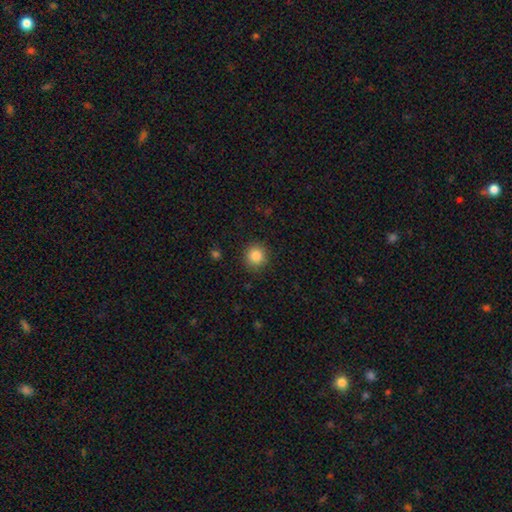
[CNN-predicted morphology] Smooth or featured? smooth (86%)
How rounded? round (92%)
Merging? none (89%)